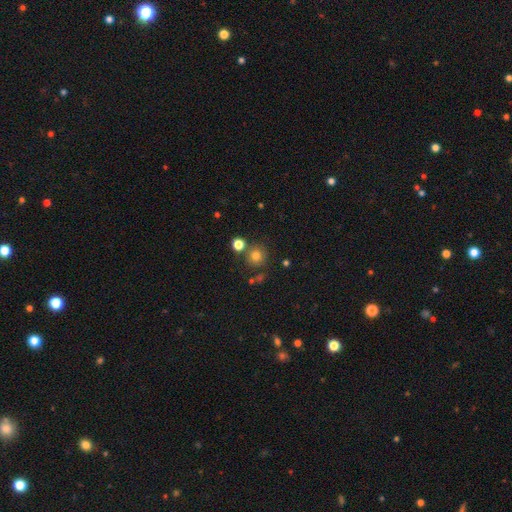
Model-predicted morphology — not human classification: Smooth or featured?
  - smooth: 77% *
  - star or artifact: 16%
  - featured or disk: 8%
How rounded?
  - round: 92% *
  - in between: 7%
  - cigar-shaped: 1%
Merging?
  - none: 76% *
  - merger: 12%
  - minor disturbance: 9%
  - major disturbance: 4%